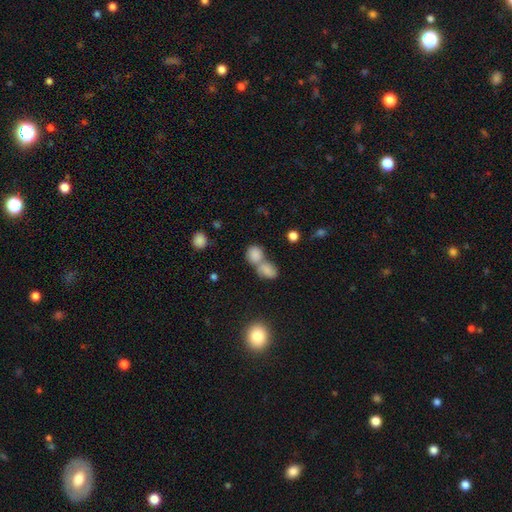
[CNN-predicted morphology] Smooth or featured?
  - smooth: 81% *
  - star or artifact: 10%
  - featured or disk: 9%
How rounded?
  - round: 57% *
  - in between: 41%
  - cigar-shaped: 2%
Merging?
  - merger: 63% *
  - none: 27%
  - minor disturbance: 7%
  - major disturbance: 4%